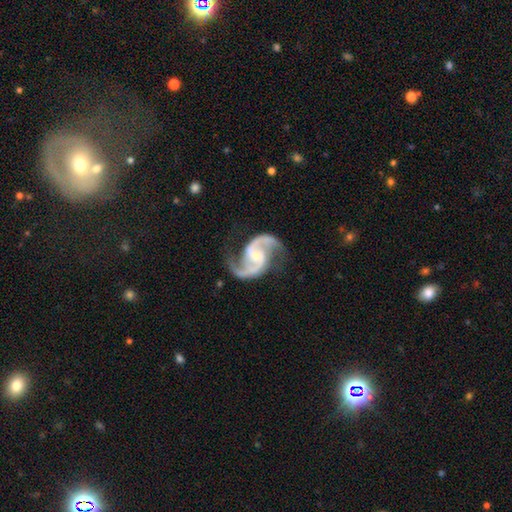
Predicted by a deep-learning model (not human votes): This appears to be a featured or disk galaxy (94%) with a weak bar (43%), 2 (94%) medium (57%) spiral arms (99%) and a small central bulge (59%). Merging: none (78%).